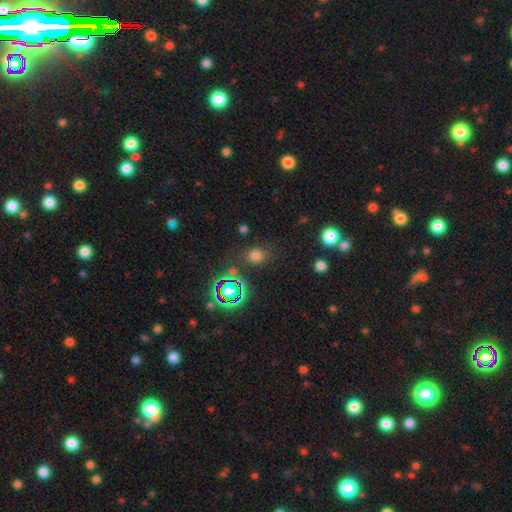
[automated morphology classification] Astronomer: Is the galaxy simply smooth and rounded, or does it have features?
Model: smooth — 67%.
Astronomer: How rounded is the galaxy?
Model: round — 70%.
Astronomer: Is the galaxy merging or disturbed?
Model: none — 80%.